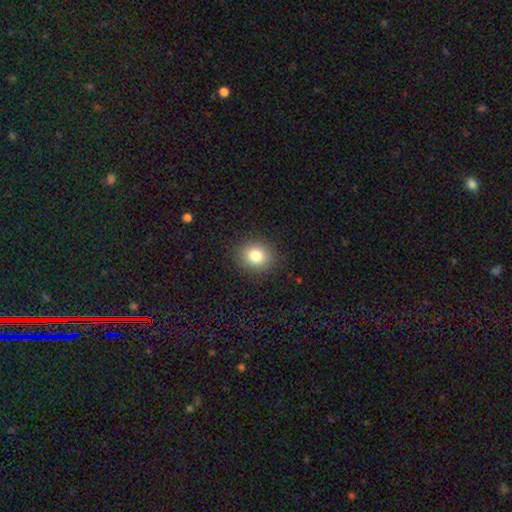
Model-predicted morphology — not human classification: A smooth galaxy with no disk features (82%) that is round (71%).

Vote fractions:
- Smooth or featured? smooth: 82% / star or artifact: 11% / featured or disk: 7%
- How rounded? round: 71% / in between: 28% / cigar-shaped: 1%
- Merging? none: 89% / minor disturbance: 7% / major disturbance: 3% / merger: 1%